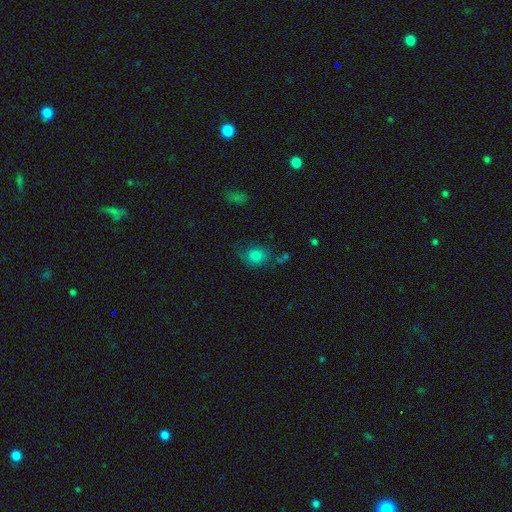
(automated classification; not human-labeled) Smooth or featured?
  - smooth: 77% *
  - featured or disk: 12%
  - star or artifact: 11%
How rounded?
  - round: 61% *
  - in between: 37%
  - cigar-shaped: 1%
Merging?
  - none: 57% *
  - minor disturbance: 24%
  - major disturbance: 12%
  - merger: 8%